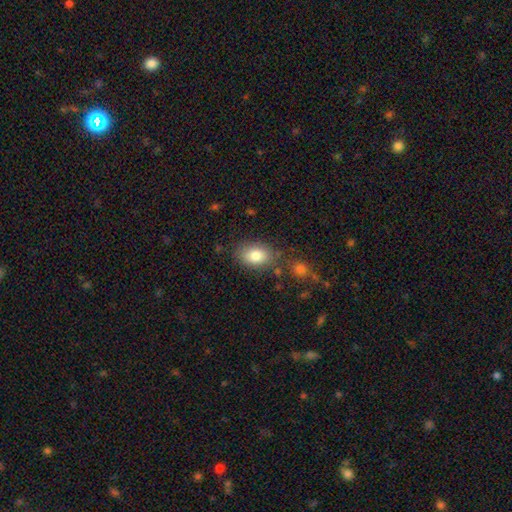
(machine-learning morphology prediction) smooth-or-featured: smooth: 82% | featured or disk: 10% | star or artifact: 8%
  how-rounded: in between: 80% | round: 19% | cigar-shaped: 1%
  merging: none: 76% | minor disturbance: 15% | merger: 5% | major disturbance: 5%